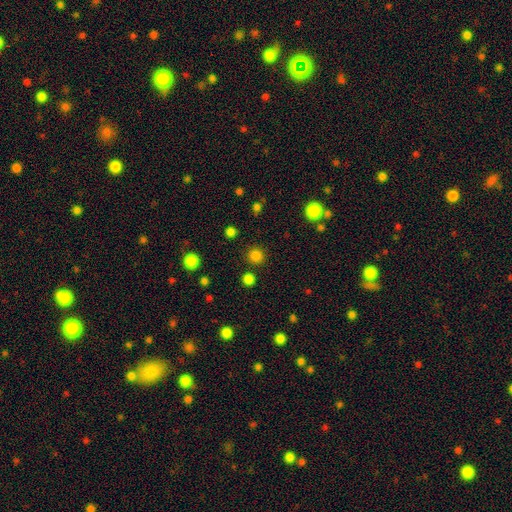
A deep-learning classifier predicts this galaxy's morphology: A smooth galaxy with no disk features (82%) that is round (94%). Merging: none (89%).